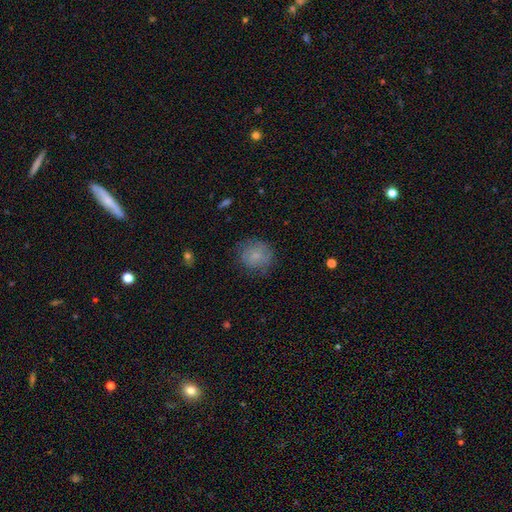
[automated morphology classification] The model was most divided on "merging": none: 74%, minor disturbance: 18%, major disturbance: 6%, merger: 1%. More confident: how rounded — round (81%); smooth or featured — smooth (75%).